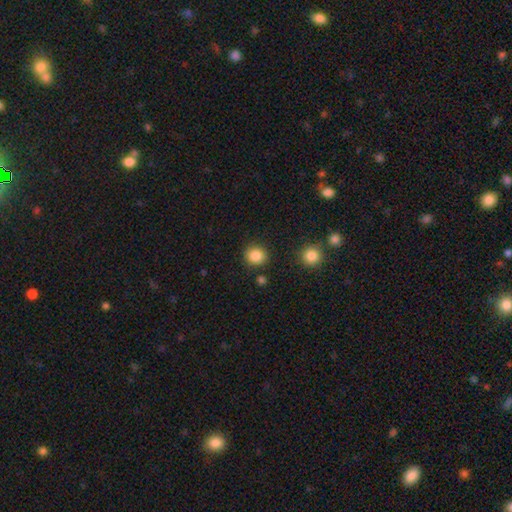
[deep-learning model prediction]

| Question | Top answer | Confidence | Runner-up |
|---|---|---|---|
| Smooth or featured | smooth | 87% | star or artifact (10%) |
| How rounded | round | 87% | in between (12%) |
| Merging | none | 88% | minor disturbance (7%) |